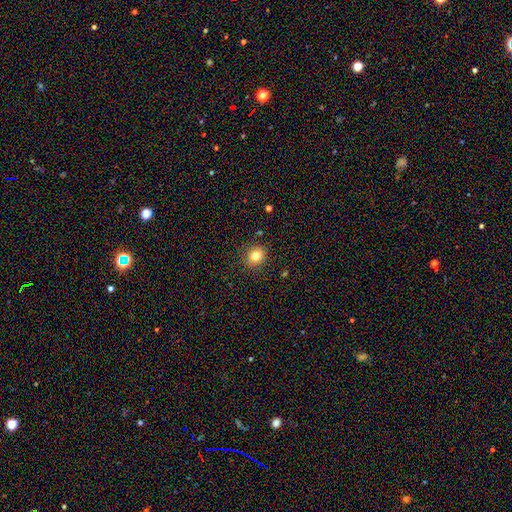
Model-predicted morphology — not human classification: A smooth galaxy with no disk features (80%) that is round (78%). Merging: none (88%).